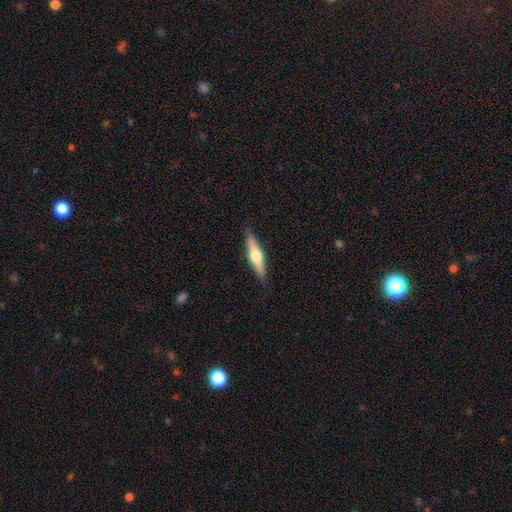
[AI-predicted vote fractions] The model was most divided on "smooth or featured": featured or disk: 53%, smooth: 42%, star or artifact: 5%. More confident: edge-on disk — yes (95%); edge-on bulge — rounded (92%); merging — none (88%).